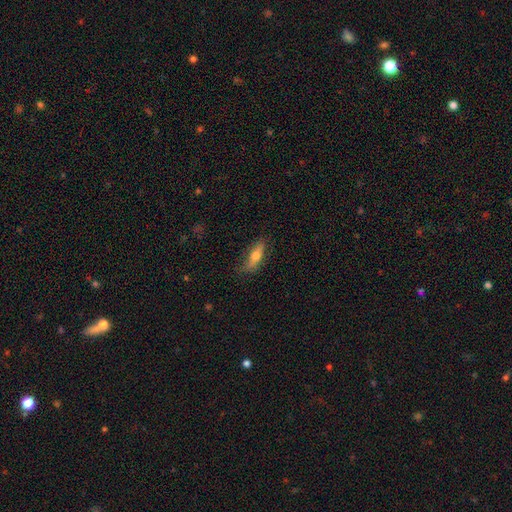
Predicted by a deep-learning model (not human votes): Q: Smooth or featured?
A: smooth (59%); runner-up: featured or disk (34%)
Q: How rounded?
A: cigar-shaped (53%); runner-up: in between (44%)
Q: Merging?
A: none (73%); runner-up: minor disturbance (21%)